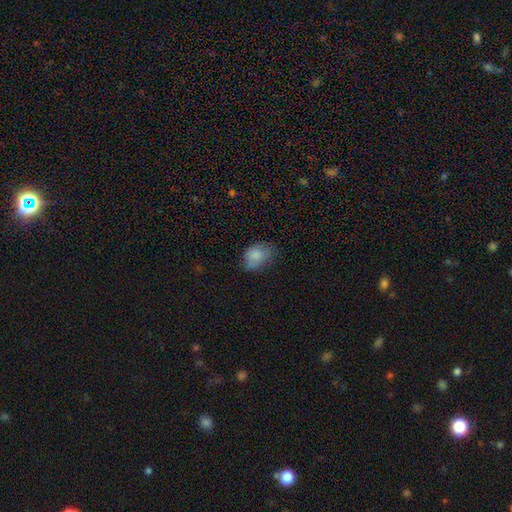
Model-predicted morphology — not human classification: Smooth or featured?
  - smooth: 84% *
  - featured or disk: 8%
  - star or artifact: 8%
How rounded?
  - in between: 80% *
  - round: 19%
  - cigar-shaped: 1%
Merging?
  - none: 59% *
  - minor disturbance: 31%
  - major disturbance: 8%
  - merger: 1%